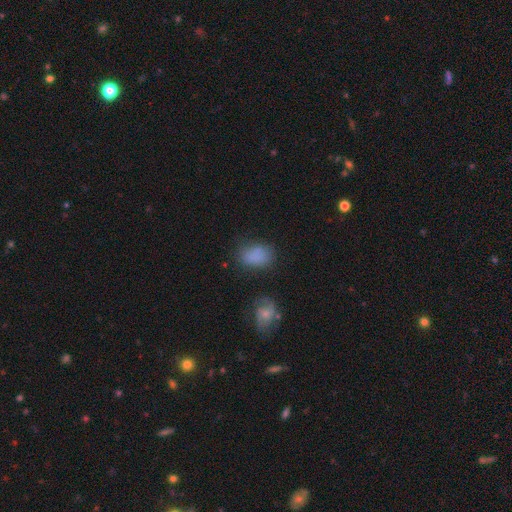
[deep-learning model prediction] smooth 80%, star or artifact 10%, featured or disk 10%. Down the decision tree: how rounded — in between (80%); merging — none (60%).